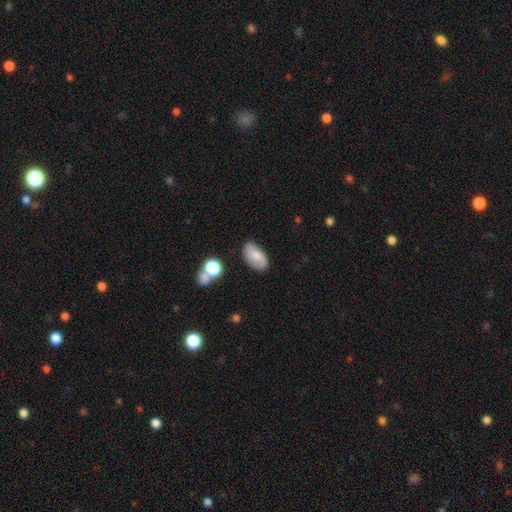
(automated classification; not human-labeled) A smooth galaxy with no disk features (68%) that is in between round and cigar-shaped (93%). Merging: none (74%).